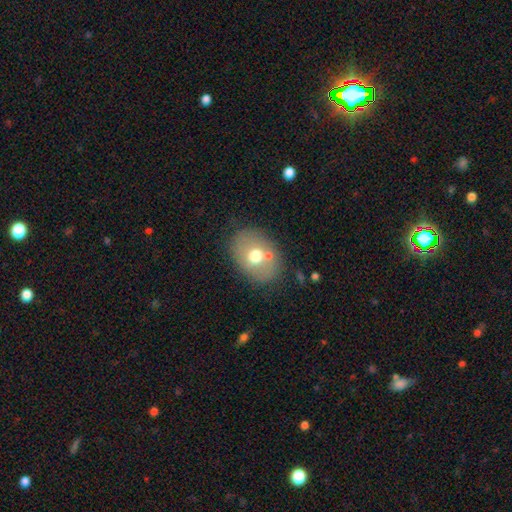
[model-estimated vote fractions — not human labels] Q: Smooth or featured?
A: smooth (63%); runner-up: featured or disk (27%)
Q: How rounded?
A: in between (65%); runner-up: round (34%)
Q: Merging?
A: none (73%); runner-up: minor disturbance (14%)